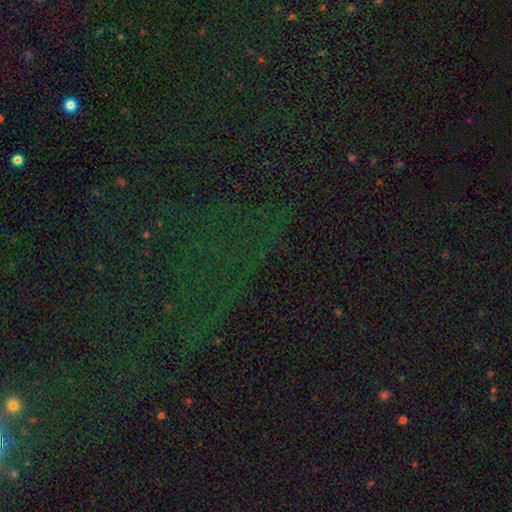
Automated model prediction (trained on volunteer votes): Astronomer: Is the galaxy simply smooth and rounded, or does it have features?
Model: star or artifact — 78%.